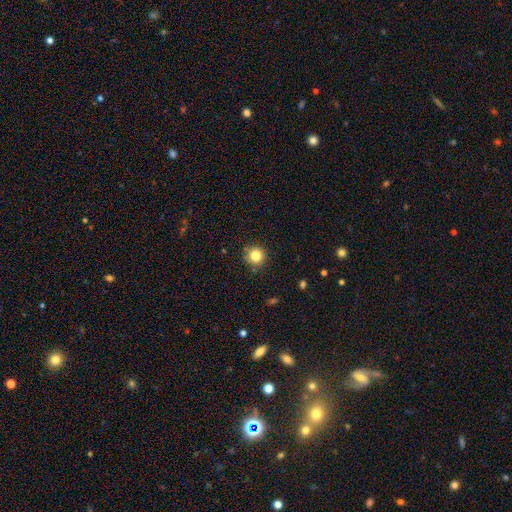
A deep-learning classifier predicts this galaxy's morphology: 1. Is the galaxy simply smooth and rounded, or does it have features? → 83% smooth, 11% star or artifact, 5% featured or disk.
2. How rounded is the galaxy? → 94% round, 5% in between, 1% cigar-shaped.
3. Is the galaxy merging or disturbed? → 88% none, 9% minor disturbance, 2% major disturbance, 1% merger.